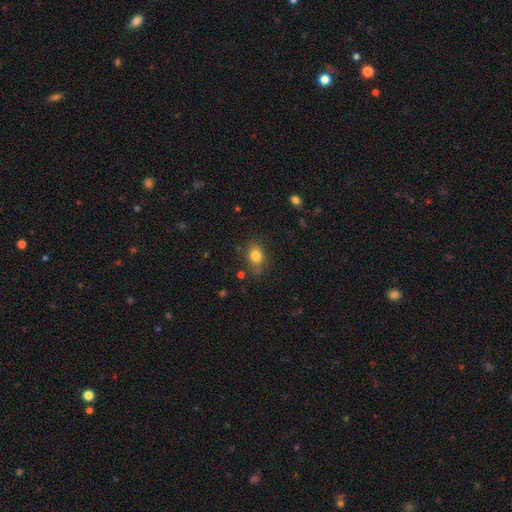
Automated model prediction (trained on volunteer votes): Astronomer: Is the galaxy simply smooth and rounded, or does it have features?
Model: smooth — 80%.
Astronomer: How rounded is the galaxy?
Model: in between — 60% (runner-up: round, 38%).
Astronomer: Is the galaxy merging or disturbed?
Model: none — 74%.